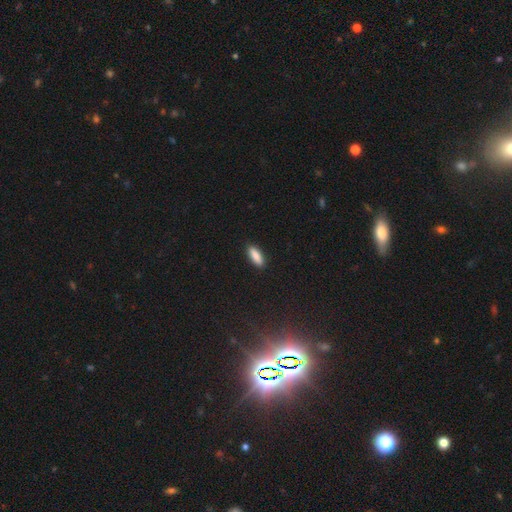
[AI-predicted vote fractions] A smooth galaxy with no disk features (88%) that is in between round and cigar-shaped (65%).

Vote fractions:
- Smooth or featured? smooth: 88% / star or artifact: 7% / featured or disk: 6%
- How rounded? in between: 65% / cigar-shaped: 33% / round: 2%
- Merging? none: 89% / minor disturbance: 8% / major disturbance: 2% / merger: 1%